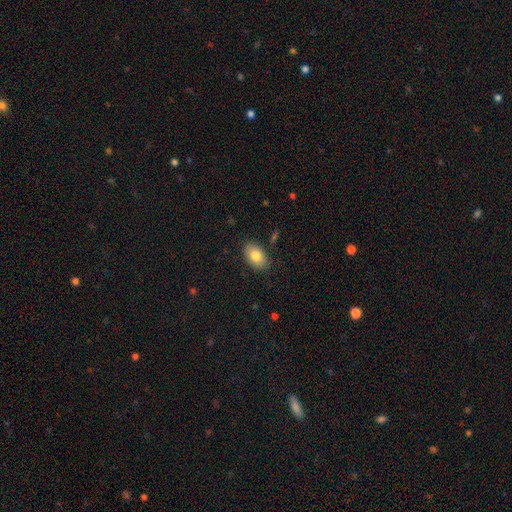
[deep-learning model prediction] Q: Smooth or featured?
A: smooth (82%); runner-up: featured or disk (11%)
Q: How rounded?
A: in between (90%); runner-up: round (8%)
Q: Merging?
A: none (86%); runner-up: minor disturbance (10%)